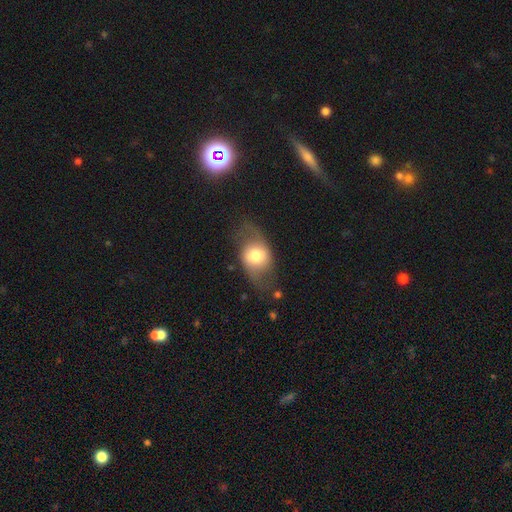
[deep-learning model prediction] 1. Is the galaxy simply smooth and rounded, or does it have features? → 52% smooth, 40% featured or disk, 7% star or artifact.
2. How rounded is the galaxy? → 59% in between, 39% round, 3% cigar-shaped.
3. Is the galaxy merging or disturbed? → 62% none, 22% minor disturbance, 14% major disturbance, 2% merger.